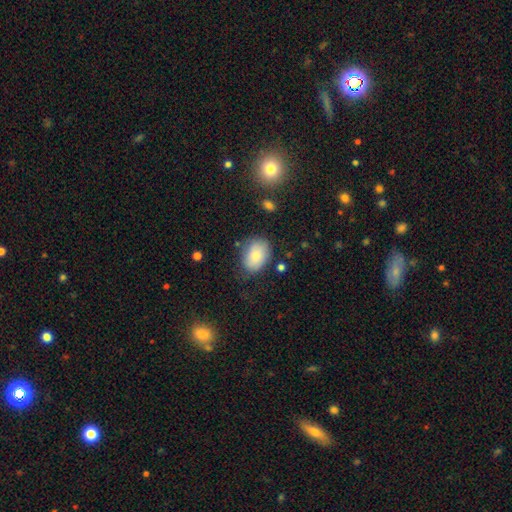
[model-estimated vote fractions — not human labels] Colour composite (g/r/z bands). It shows a smooth galaxy with no disk features (80%) that is in between round and cigar-shaped (75%). Merging: none (73%).